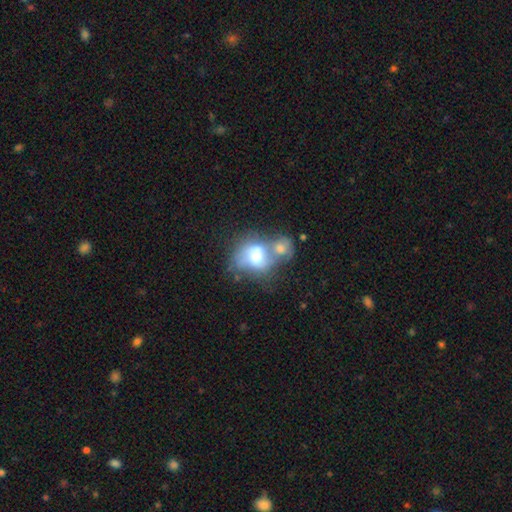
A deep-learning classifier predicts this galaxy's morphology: This is possibly a smooth galaxy (47%). Merging: likely merger (67%).